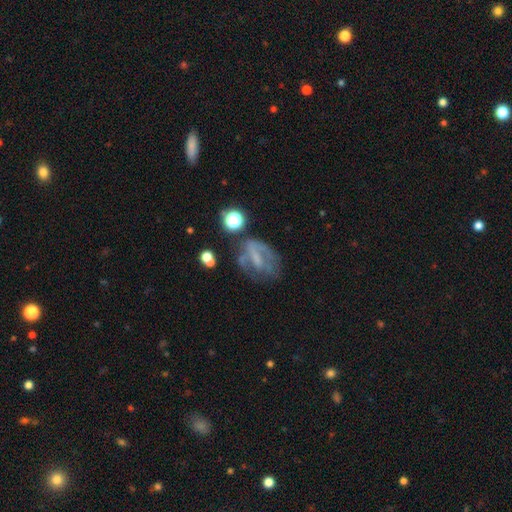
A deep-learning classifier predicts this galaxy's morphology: Smooth or featured? Predicted: featured or disk (p=0.54). Edge-on disk? Predicted: no (p=0.93). Bar? Predicted: no (p=0.42). Spiral arms? Predicted: no (p=0.55). Bulge size? Predicted: none (p=0.53). Merging? Predicted: none (p=0.42).